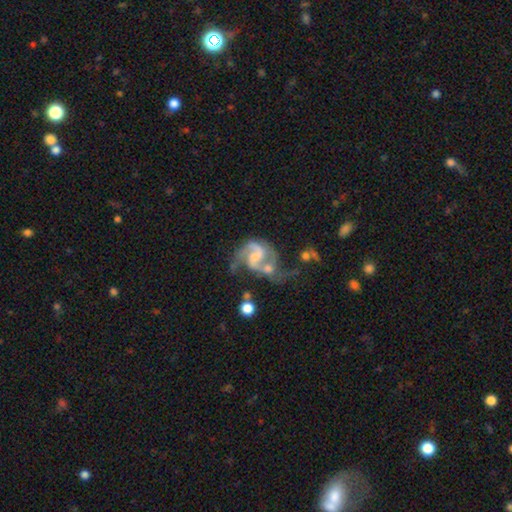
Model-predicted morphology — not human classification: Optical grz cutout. It shows a featured or disk galaxy (86%) with a weak bar (47%), 2 (85%) medium (53%) spiral arms (95%) and a small central bulge (40%). Merging: merger (39%).